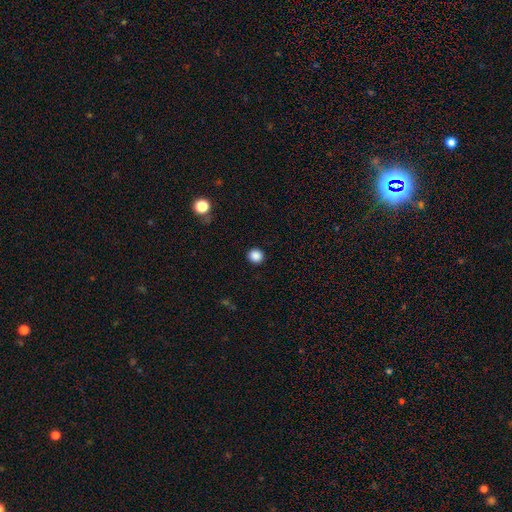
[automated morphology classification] smooth-or-featured: smooth: 87% | star or artifact: 10% | featured or disk: 3%
  how-rounded: round: 94% | in between: 5% | cigar-shaped: 1%
  merging: none: 92% | minor disturbance: 5% | major disturbance: 2% | merger: 1%